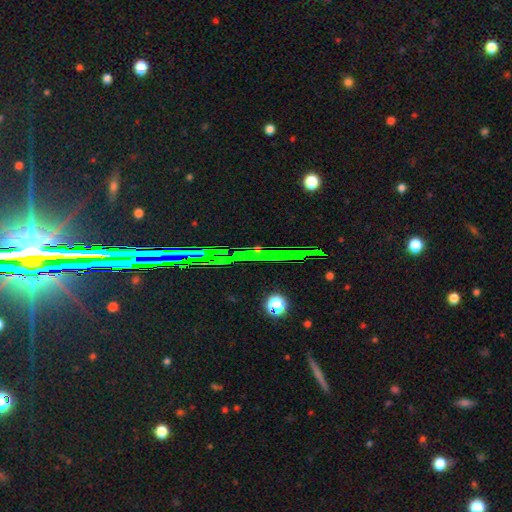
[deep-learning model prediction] The model was most divided on "smooth or featured": star or artifact: 78%, featured or disk: 13%, smooth: 9%.